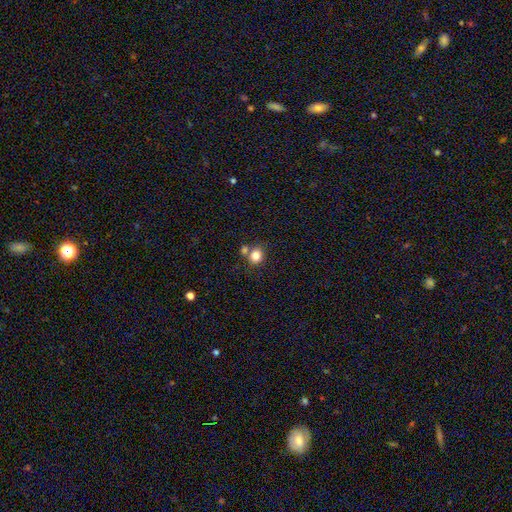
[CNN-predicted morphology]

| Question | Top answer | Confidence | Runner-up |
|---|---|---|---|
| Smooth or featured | smooth | 83% | star or artifact (11%) |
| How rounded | round | 72% | in between (27%) |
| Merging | none | 61% | merger (26%) |